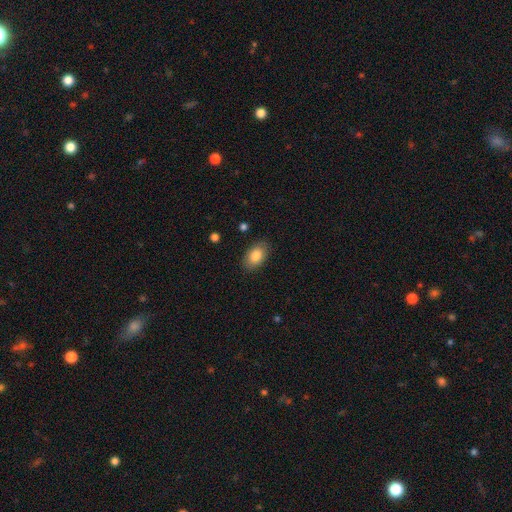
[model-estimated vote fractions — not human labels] Morphology: type=smooth (85%); roundness=in between (90%); merging=none (86%).